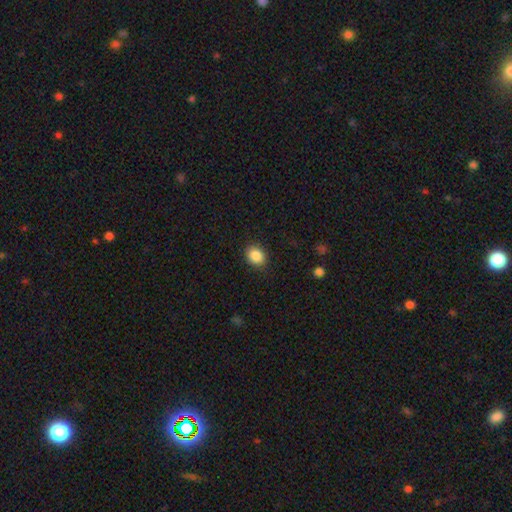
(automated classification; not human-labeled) A smooth galaxy with no disk features (87%) that is in between round and cigar-shaped (53%). Merging: none (87%).